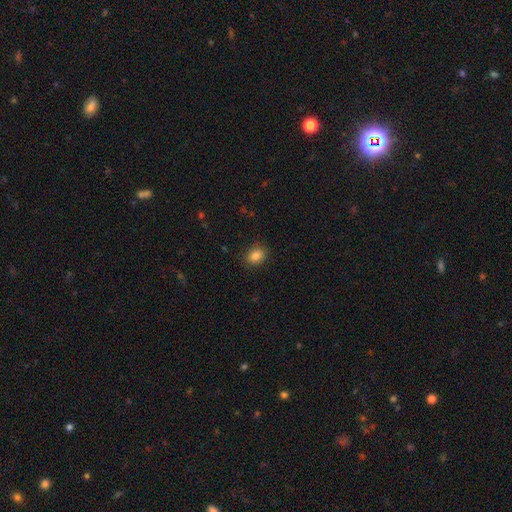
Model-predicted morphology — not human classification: A smooth galaxy with no disk features (85%) that is in between round and cigar-shaped (51%). Merging: none (88%).